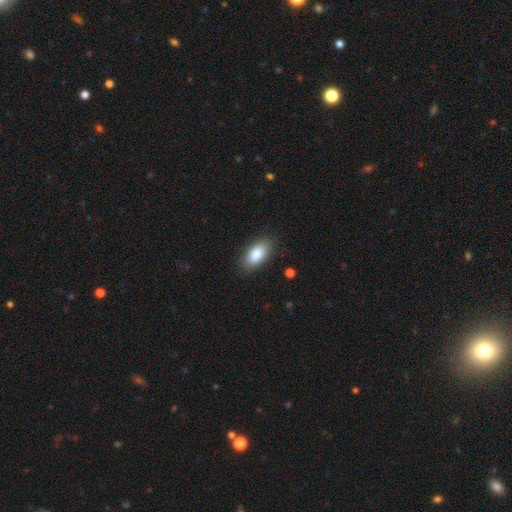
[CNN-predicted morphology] A smooth galaxy with no disk features (87%) that is in between round and cigar-shaped (91%). Merging: none (86%).